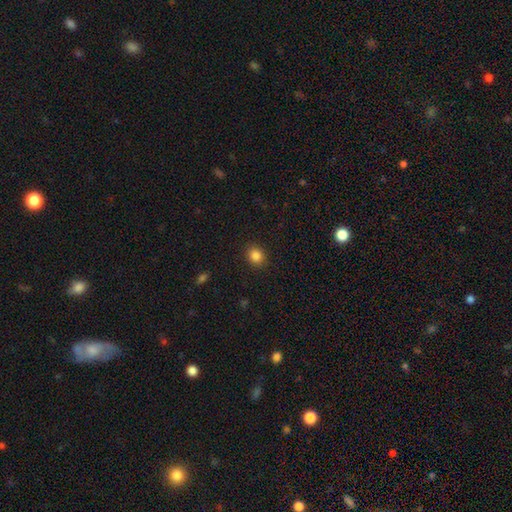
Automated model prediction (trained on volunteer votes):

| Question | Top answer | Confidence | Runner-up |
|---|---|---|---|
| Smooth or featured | smooth | 85% | star or artifact (11%) |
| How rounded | round | 73% | in between (26%) |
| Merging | none | 90% | minor disturbance (7%) |